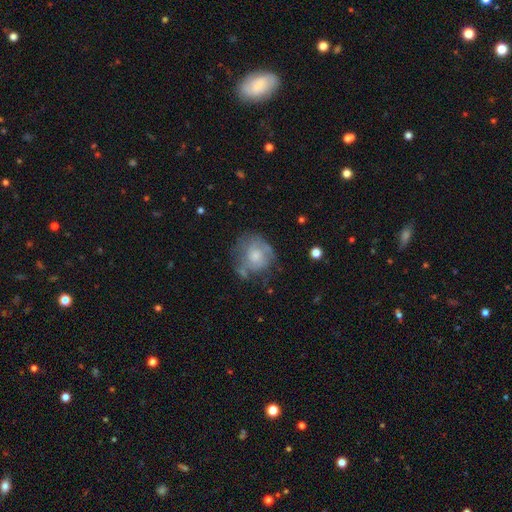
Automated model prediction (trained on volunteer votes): Q: Smooth or featured?
A: smooth (52%); runner-up: featured or disk (40%)
Q: How rounded?
A: round (78%); runner-up: in between (21%)
Q: Merging?
A: none (49%); runner-up: minor disturbance (27%)